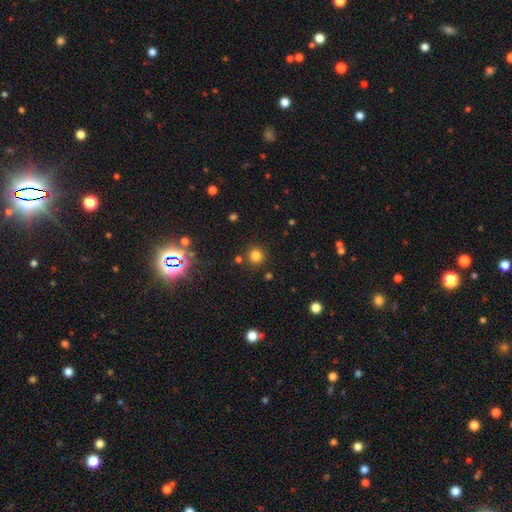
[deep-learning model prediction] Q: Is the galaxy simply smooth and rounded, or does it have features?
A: smooth — 80%.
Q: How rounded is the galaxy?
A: round — 94%.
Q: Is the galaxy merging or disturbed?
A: none — 86%.